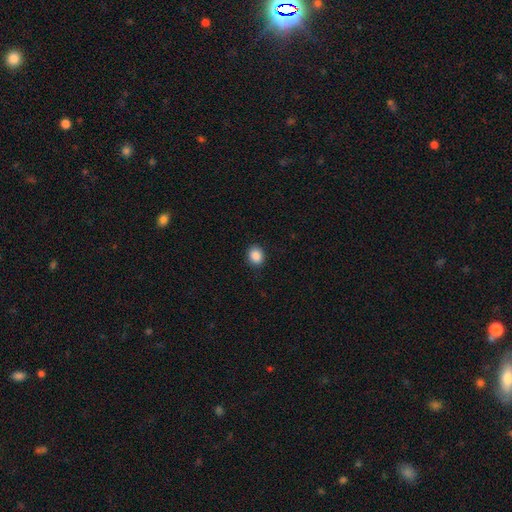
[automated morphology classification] This appears to be a smooth galaxy with no disk features (88%) that is round (59%). Merging: none (89%).